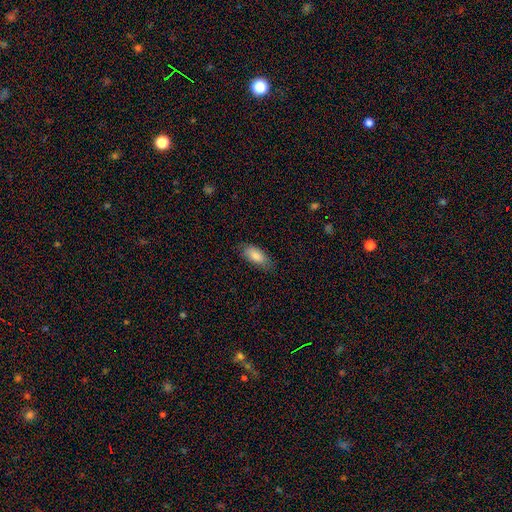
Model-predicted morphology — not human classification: smooth-or-featured: smooth: 84% | featured or disk: 10% | star or artifact: 6%
  how-rounded: in between: 87% | cigar-shaped: 10% | round: 2%
  merging: none: 77% | minor disturbance: 18% | major disturbance: 4% | merger: 1%